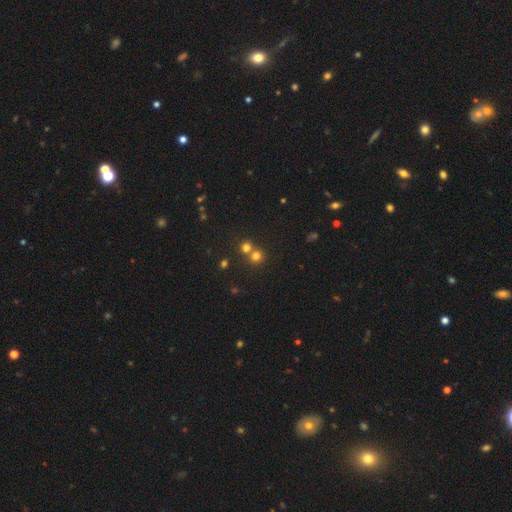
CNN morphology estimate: This is likely a smooth galaxy (72%). How rounded: clearly round (89%). Merging: possibly none (53%).